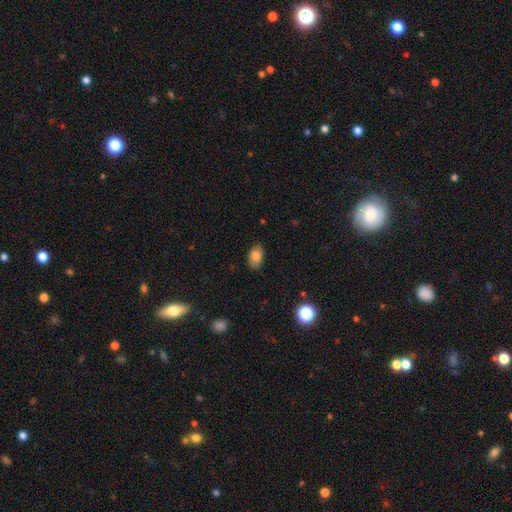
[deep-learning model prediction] smooth 83%, star or artifact 9%, featured or disk 8%. Down the decision tree: how rounded — in between (90%); merging — none (82%).